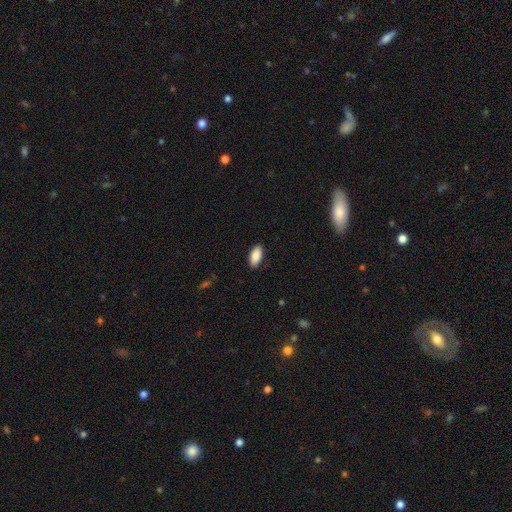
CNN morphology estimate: This is clearly a smooth galaxy (89%). How rounded: clearly in between (90%). Merging: clearly none (88%).